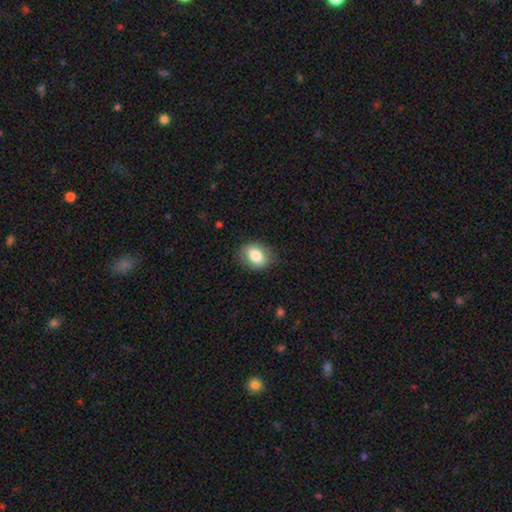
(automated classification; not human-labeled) Smooth or featured? smooth (78%)
How rounded? in between (70%)
Merging? none (80%)